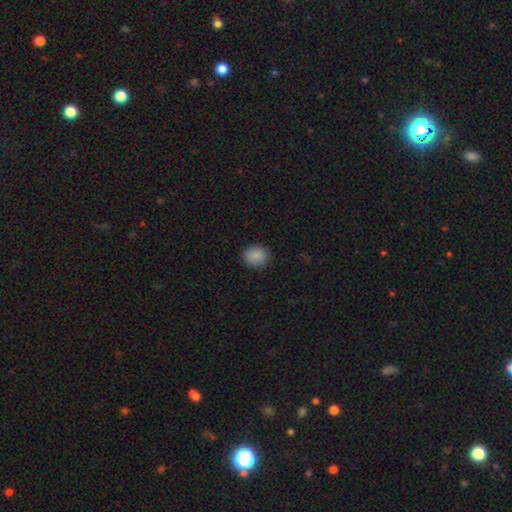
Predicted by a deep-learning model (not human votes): Overall: smooth (88%). How rounded: round (65%; in between 34%). Merging: none (87%).